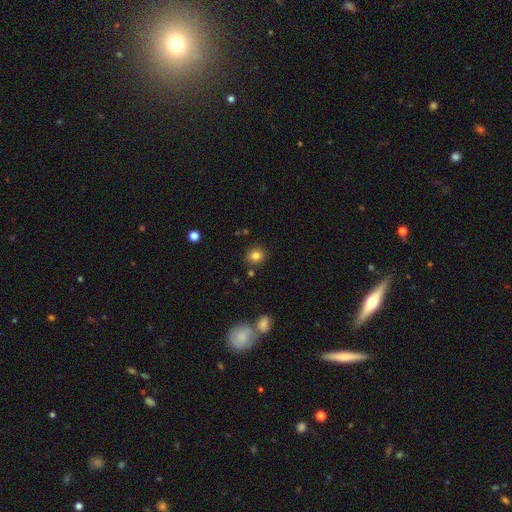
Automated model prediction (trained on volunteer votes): This is clearly a smooth galaxy (82%). How rounded: clearly round (83%). Merging: clearly none (86%).